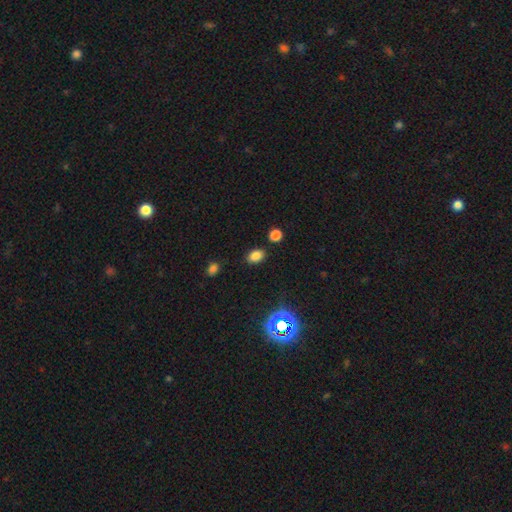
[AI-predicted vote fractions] smooth 79%, star or artifact 16%, featured or disk 5%. Down the decision tree: how rounded — in between (78%); merging — none (84%).